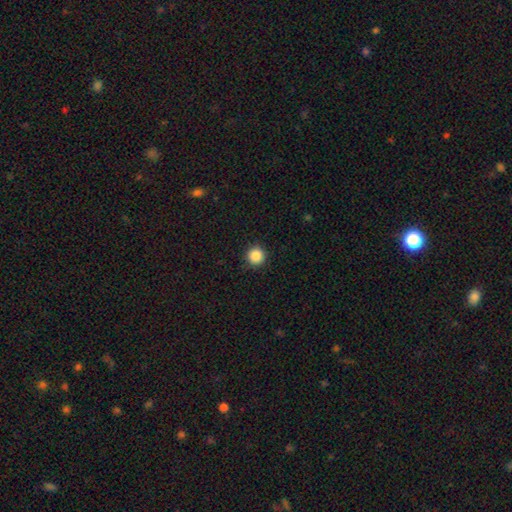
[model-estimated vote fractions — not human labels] Smooth or featured? smooth (87%)
How rounded? round (95%)
Merging? none (91%)